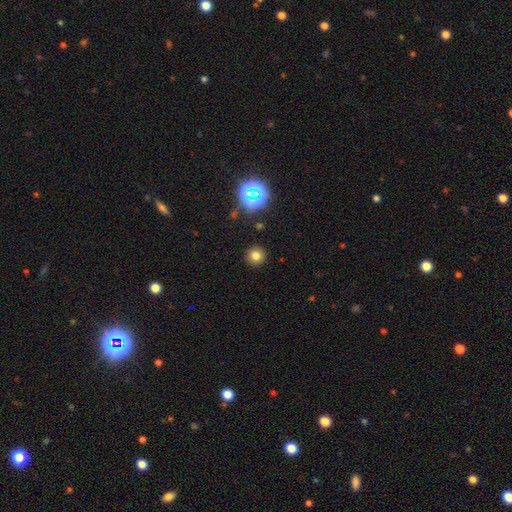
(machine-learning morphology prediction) Smooth or featured: smooth — 74% (star or artifact — 18%)
How rounded: round — 93% (in between — 6%)
Merging: none — 91% (minor disturbance — 6%)